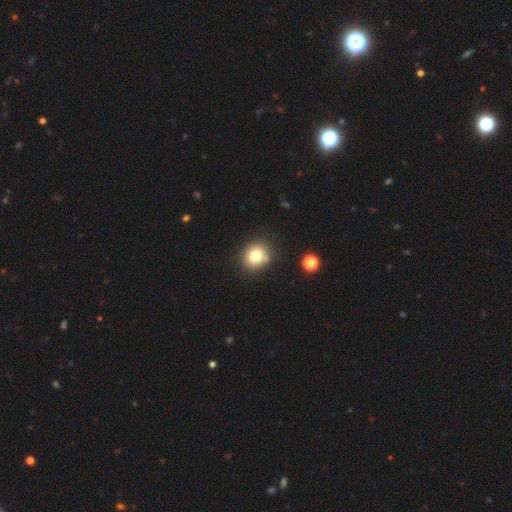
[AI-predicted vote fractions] This appears to be a smooth galaxy with no disk features (78%) that is round (83%). Merging: none (82%).